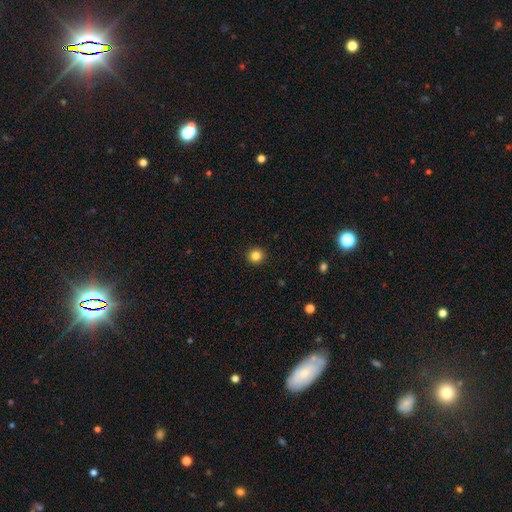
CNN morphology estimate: smooth 84%, star or artifact 12%, featured or disk 5%. Down the decision tree: how rounded — round (93%); merging — none (93%).